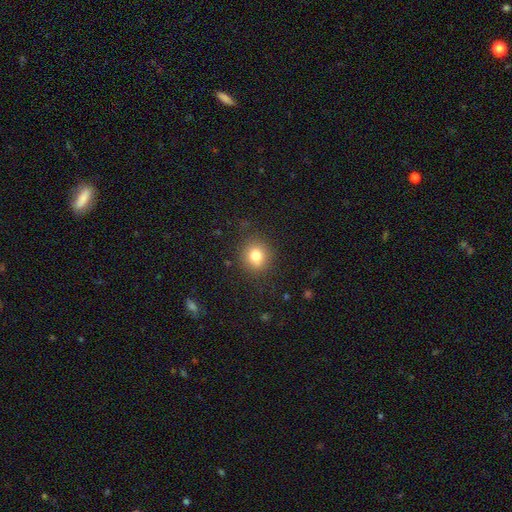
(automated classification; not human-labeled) Smooth or featured: smooth — 80% (star or artifact — 12%)
How rounded: round — 82% (in between — 17%)
Merging: none — 86% (minor disturbance — 9%)